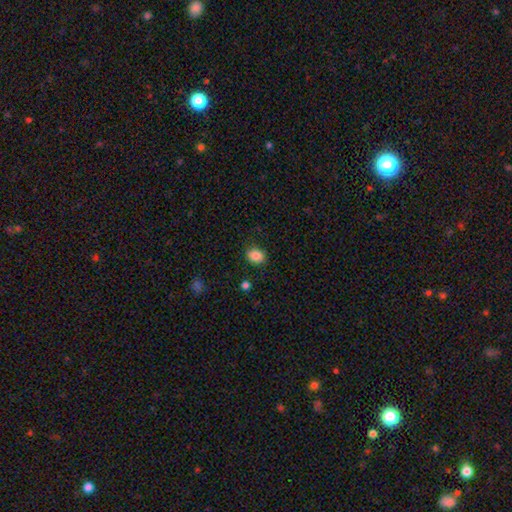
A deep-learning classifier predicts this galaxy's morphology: This is clearly a smooth galaxy (85%). How rounded: possibly in between (51%). Merging: clearly none (85%).